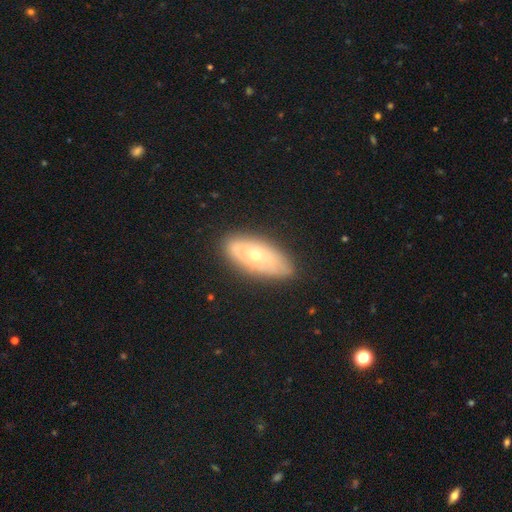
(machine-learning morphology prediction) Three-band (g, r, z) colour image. It shows a featured or disk galaxy (52%). Merging: none (78%).